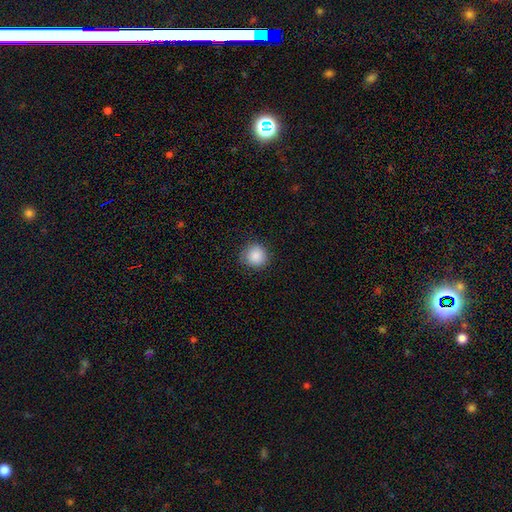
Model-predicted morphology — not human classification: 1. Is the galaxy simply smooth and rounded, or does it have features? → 88% smooth, 8% star or artifact, 4% featured or disk.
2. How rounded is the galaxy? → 92% round, 7% in between, 1% cigar-shaped.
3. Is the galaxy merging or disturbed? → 85% none, 11% minor disturbance, 3% major disturbance, 1% merger.